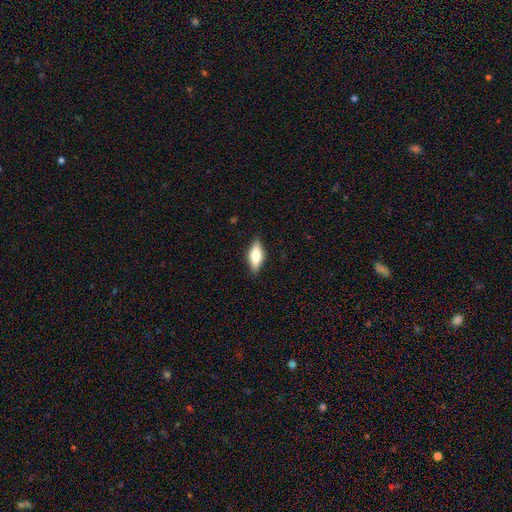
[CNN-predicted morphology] smooth-or-featured: smooth: 61% | featured or disk: 33% | star or artifact: 7%
  how-rounded: in between: 73% | cigar-shaped: 25% | round: 3%
  merging: none: 86% | minor disturbance: 11% | major disturbance: 2% | merger: 1%